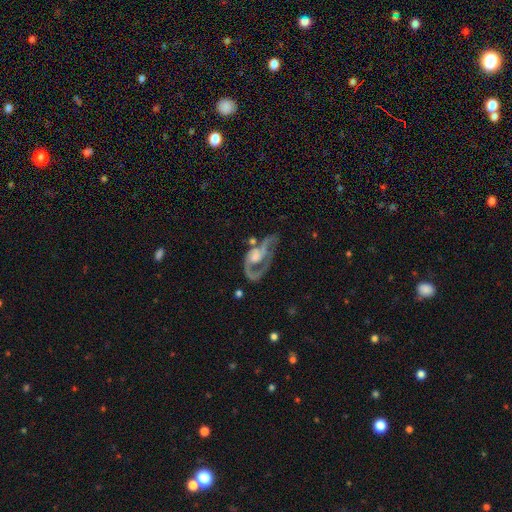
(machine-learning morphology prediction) smooth-or-featured: featured or disk: 79% | smooth: 14% | star or artifact: 7%
  disk-edge-on: no: 95% | yes: 5%
    bar: no: 71% | weak: 23% | strong: 6%
    has-spiral-arms: yes: 80% | no: 20%
      spiral-winding: medium: 42% | loose: 30% | tight: 28%
      spiral-arm-count: 1: 45% | 2: 38% | can't tell: 11% | 3: 3% | 4: 2% | more than 4: 2%
    bulge-size: moderate: 44% | small: 21% | large: 21% | none: 11% | dominant: 3%
  merging: major disturbance: 37% | none: 34% | minor disturbance: 18% | merger: 11%